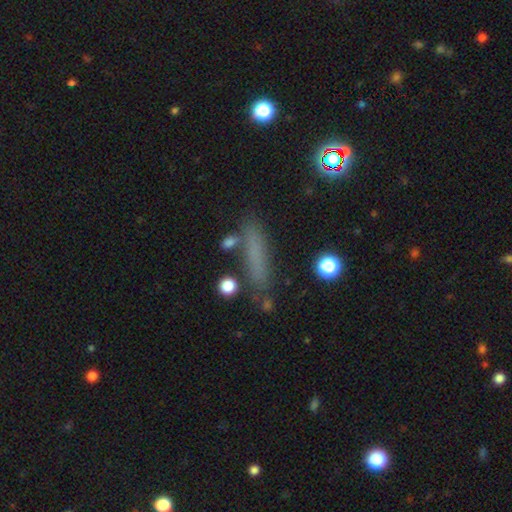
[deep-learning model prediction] This is likely a smooth galaxy (65%). How rounded: clearly cigar-shaped (84%). Merging: likely none (76%).